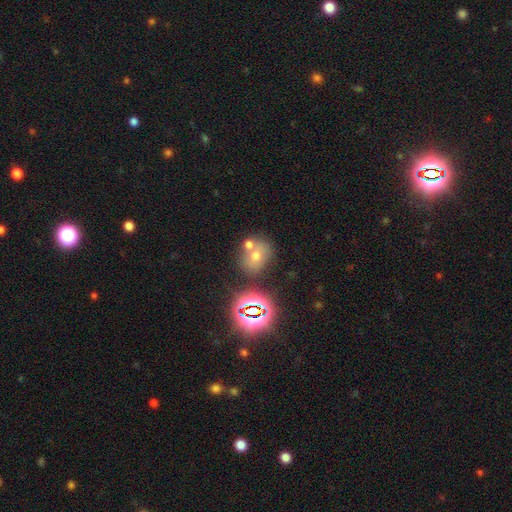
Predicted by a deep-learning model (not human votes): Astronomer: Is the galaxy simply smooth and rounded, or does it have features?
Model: smooth — 49% (runner-up: star or artifact, 32%).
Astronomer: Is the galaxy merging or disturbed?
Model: none — 54% (runner-up: merger, 32%).